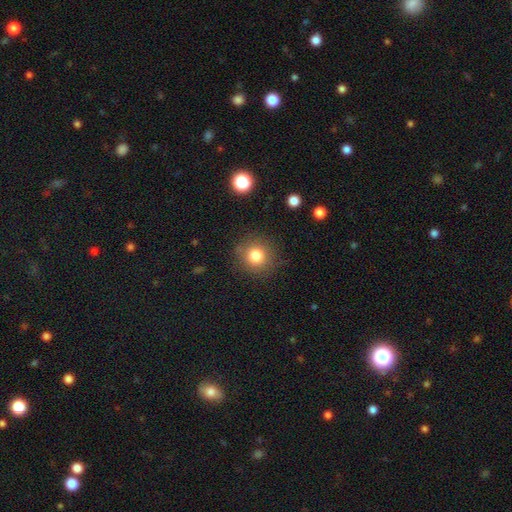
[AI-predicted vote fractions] This is clearly a smooth galaxy (81%). How rounded: clearly round (92%). Merging: clearly none (85%).